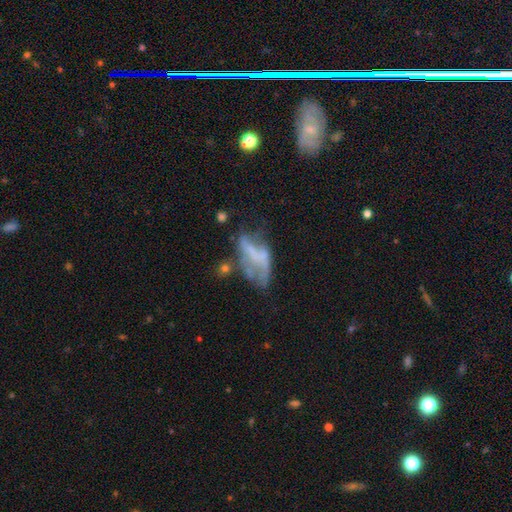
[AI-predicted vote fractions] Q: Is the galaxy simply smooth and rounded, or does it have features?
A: featured or disk — 59%.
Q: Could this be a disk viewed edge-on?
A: no — 93%.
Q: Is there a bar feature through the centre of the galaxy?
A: no — 71%.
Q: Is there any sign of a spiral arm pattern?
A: no — 74%.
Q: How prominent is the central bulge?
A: none — 71%.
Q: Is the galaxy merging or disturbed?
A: major disturbance — 38%.